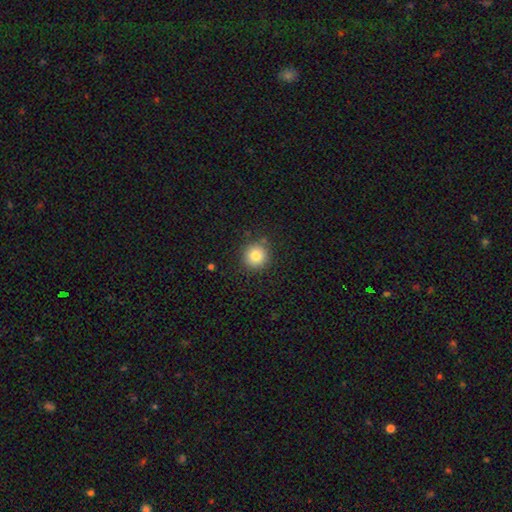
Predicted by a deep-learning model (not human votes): Q: Smooth or featured?
A: smooth (82%); runner-up: star or artifact (11%)
Q: How rounded?
A: round (94%); runner-up: in between (5%)
Q: Merging?
A: none (87%); runner-up: minor disturbance (9%)